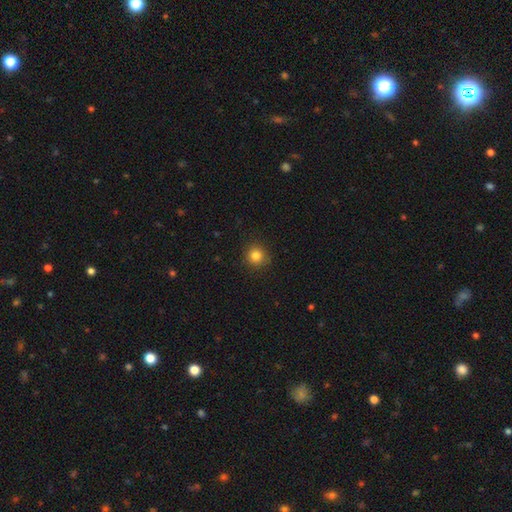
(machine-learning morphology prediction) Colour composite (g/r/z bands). It shows a smooth galaxy with no disk features (83%) that is round (92%). Merging: none (89%).